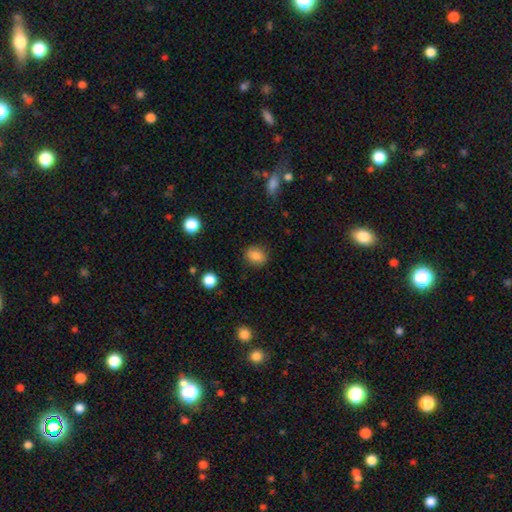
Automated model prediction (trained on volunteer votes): smooth_or_featured: smooth (p=0.85) [alt: star or artifact p=0.10]
how_rounded: round (p=0.54) [alt: in between p=0.45]
merging: none (p=0.86) [alt: minor disturbance p=0.10]